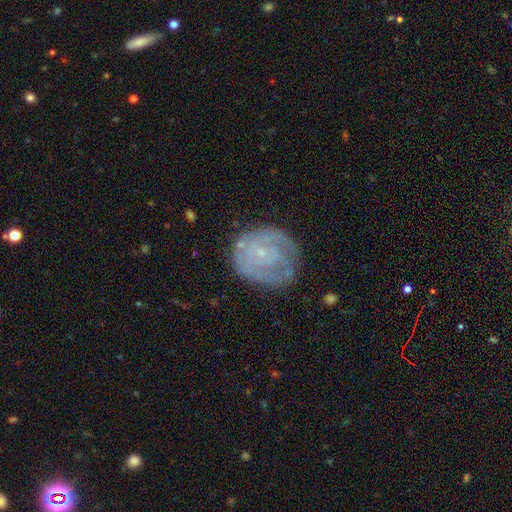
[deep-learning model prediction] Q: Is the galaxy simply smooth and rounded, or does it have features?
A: featured or disk — 63%.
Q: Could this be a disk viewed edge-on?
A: no — 97%.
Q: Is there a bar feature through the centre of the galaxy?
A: no — 71%.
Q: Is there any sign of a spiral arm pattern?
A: yes — 77%.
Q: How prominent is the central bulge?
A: small — 78%.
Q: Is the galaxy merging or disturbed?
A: none — 73%.